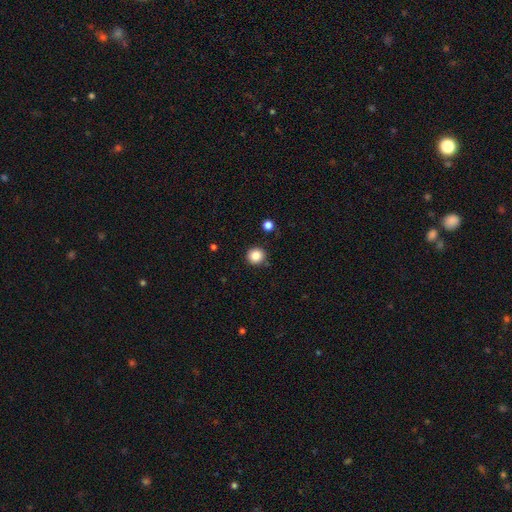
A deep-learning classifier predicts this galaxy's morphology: Q: Smooth or featured?
A: smooth (86%); runner-up: star or artifact (10%)
Q: How rounded?
A: round (94%); runner-up: in between (5%)
Q: Merging?
A: none (89%); runner-up: minor disturbance (7%)